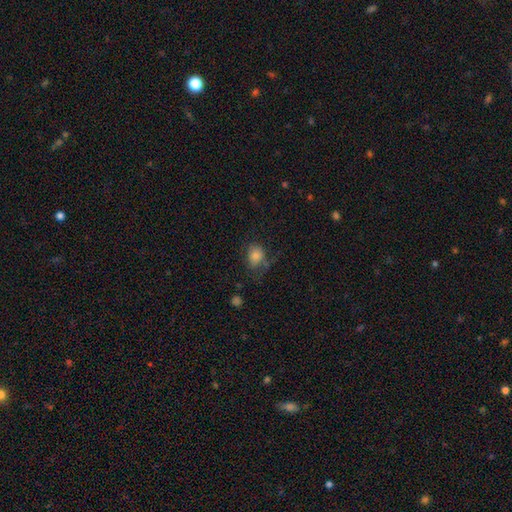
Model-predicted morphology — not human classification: Smooth or featured? Predicted: smooth (p=0.74). How rounded? Predicted: in between (p=0.52). Merging? Predicted: none (p=0.52).